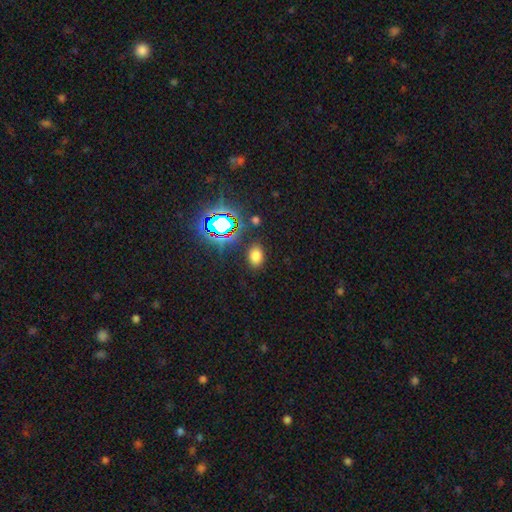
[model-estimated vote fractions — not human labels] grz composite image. It shows a smooth galaxy with no disk features (70%) that is in between round and cigar-shaped (81%). Merging: none (85%).